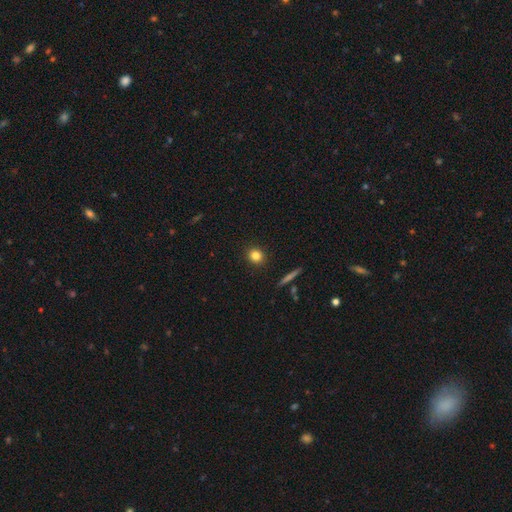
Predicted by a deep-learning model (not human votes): Smooth or featured? smooth (82%)
How rounded? round (86%)
Merging? none (92%)